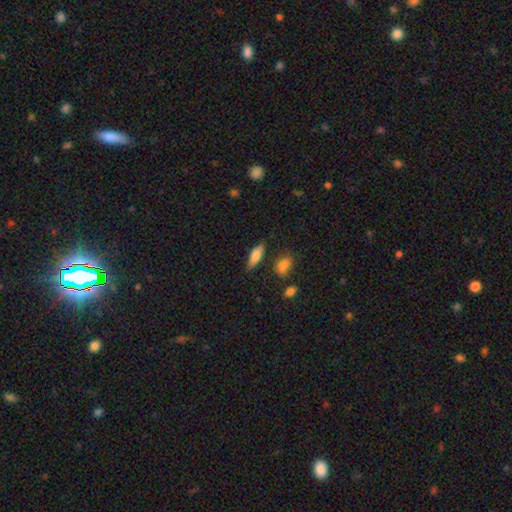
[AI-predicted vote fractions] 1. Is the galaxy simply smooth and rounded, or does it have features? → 74% smooth, 19% featured or disk, 7% star or artifact.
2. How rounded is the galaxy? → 52% in between, 46% cigar-shaped, 3% round.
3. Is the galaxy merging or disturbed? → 78% none, 14% minor disturbance, 4% merger, 4% major disturbance.